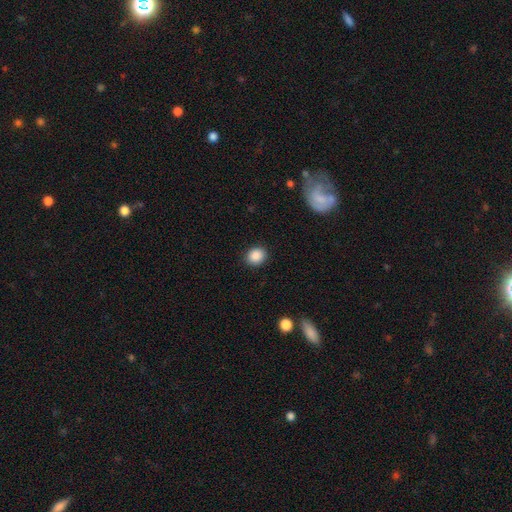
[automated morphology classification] Smooth or featured? Predicted: smooth (p=0.88). How rounded? Predicted: round (p=0.68). Merging? Predicted: none (p=0.90).